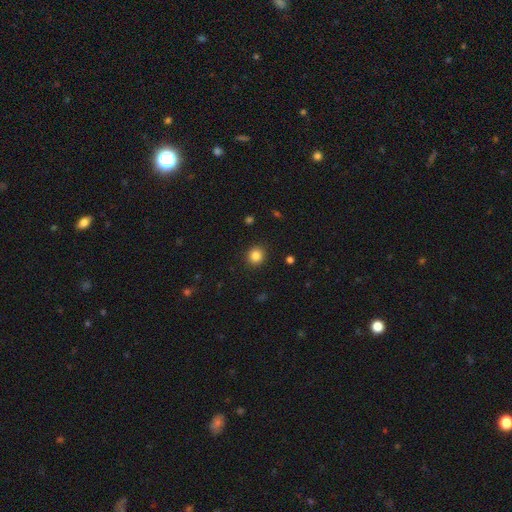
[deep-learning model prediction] smooth-or-featured: smooth: 85% | star or artifact: 11% | featured or disk: 4%
  how-rounded: round: 88% | in between: 11% | cigar-shaped: 1%
  merging: none: 91% | minor disturbance: 6% | major disturbance: 2% | merger: 1%